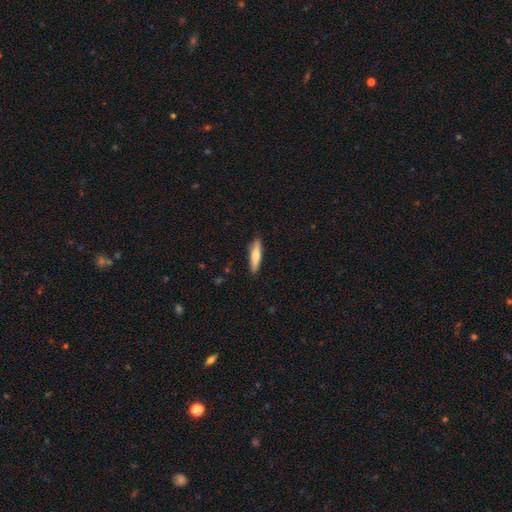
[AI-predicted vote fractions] A smooth galaxy with no disk features (65%) that is cigar-shaped (79%). Merging: none (89%).